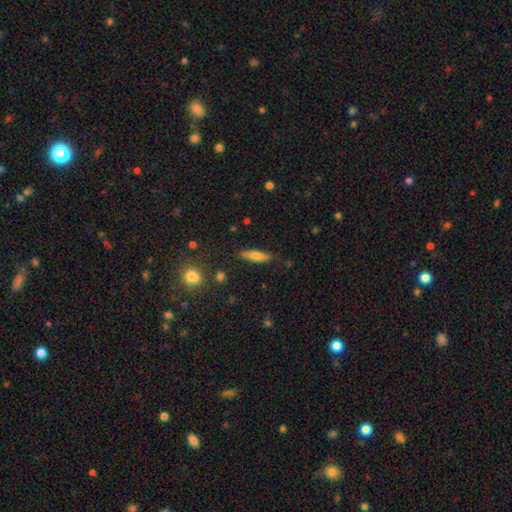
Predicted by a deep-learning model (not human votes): Smooth or featured? Predicted: smooth (p=0.63). How rounded? Predicted: cigar-shaped (p=0.68). Merging? Predicted: none (p=0.85).